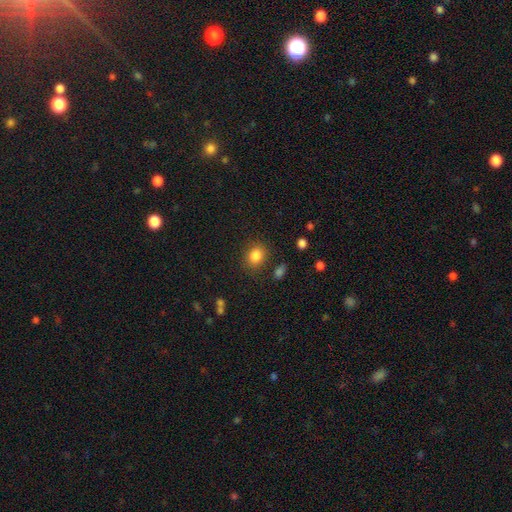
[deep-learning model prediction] Smooth or featured? Predicted: smooth (p=0.84). How rounded? Predicted: round (p=0.55). Merging? Predicted: none (p=0.82).